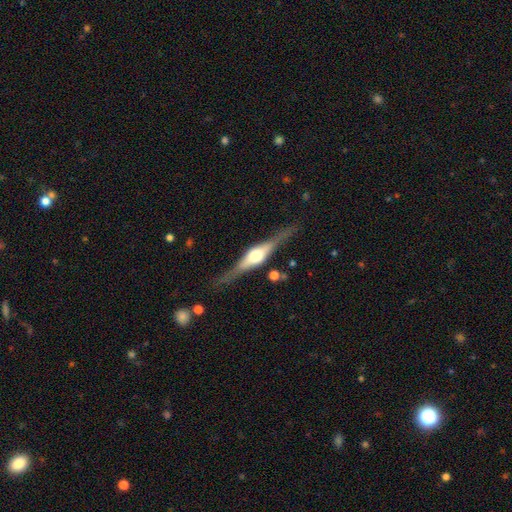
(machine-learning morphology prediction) The model was most divided on "smooth or featured": featured or disk: 82%, smooth: 13%, star or artifact: 5%. More confident: edge-on disk — yes (97%); edge-on bulge — rounded (89%); merging — none (83%).